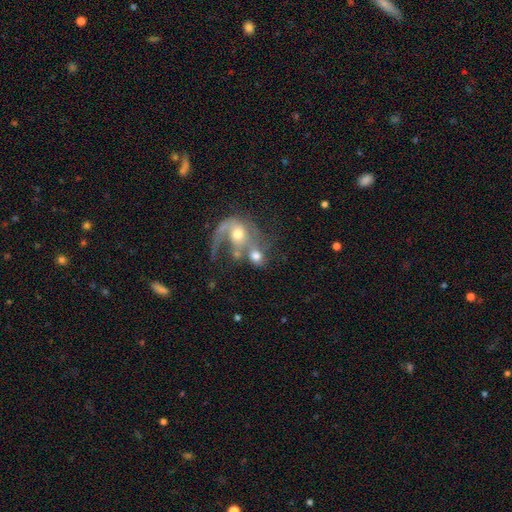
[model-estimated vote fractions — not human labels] A featured or disk galaxy (48%). Merging: merger (63%).